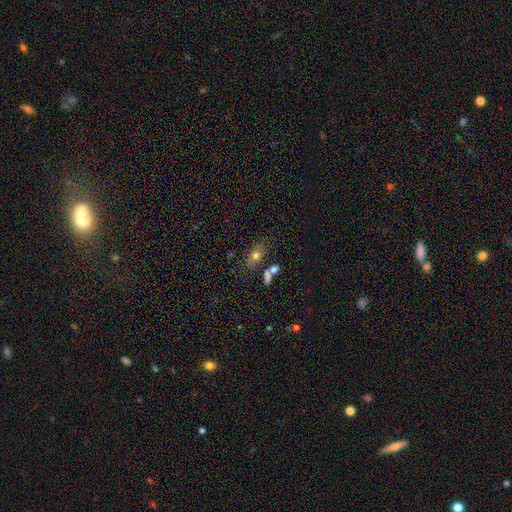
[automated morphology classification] Q: Smooth or featured?
A: smooth (71%); runner-up: featured or disk (17%)
Q: How rounded?
A: in between (74%); runner-up: round (19%)
Q: Merging?
A: none (62%); runner-up: merger (16%)